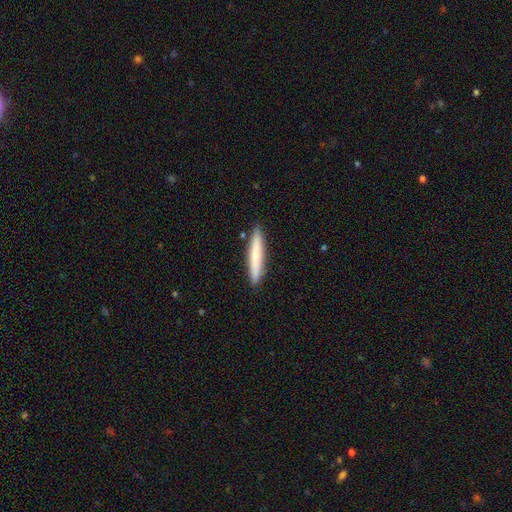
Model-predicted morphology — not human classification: smooth_or_featured: smooth (p=0.74) [alt: featured or disk p=0.21]
how_rounded: cigar-shaped (p=0.94) [alt: in between p=0.05]
merging: none (p=0.90) [alt: minor disturbance p=0.07]